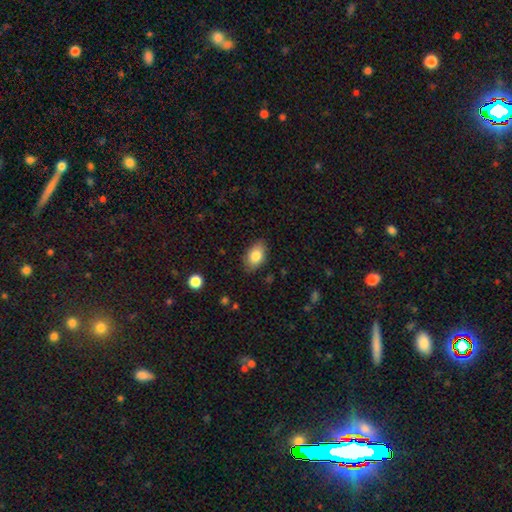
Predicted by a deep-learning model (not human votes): smooth 83%, featured or disk 10%, star or artifact 7%. Down the decision tree: how rounded — in between (89%); merging — none (83%).